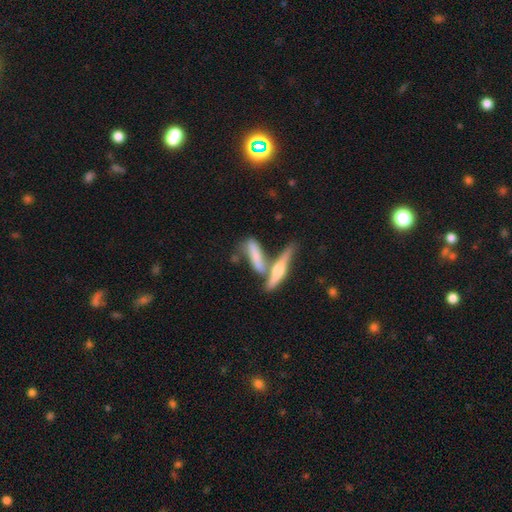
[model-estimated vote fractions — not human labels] Morphology: type=smooth (58%); roundness=cigar-shaped (72%); merging=merger (47%).